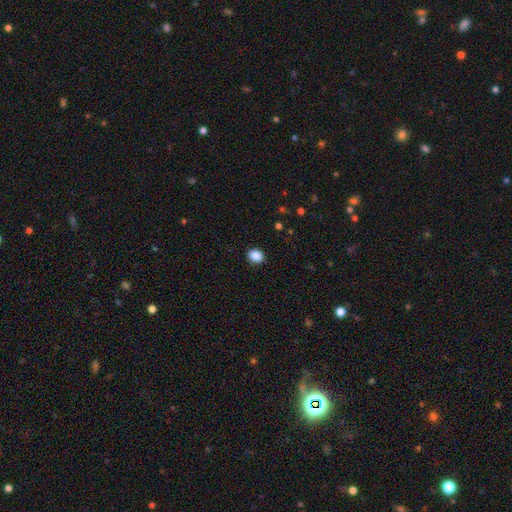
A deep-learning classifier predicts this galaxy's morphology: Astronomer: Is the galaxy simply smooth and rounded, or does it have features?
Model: smooth — 89%.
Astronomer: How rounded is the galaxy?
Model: round — 50% (runner-up: in between, 49%).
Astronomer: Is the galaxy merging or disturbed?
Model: none — 89%.